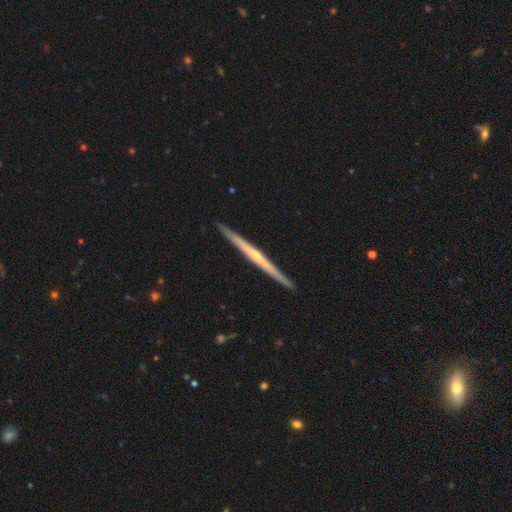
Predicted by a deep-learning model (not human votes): Smooth or featured?
  - featured or disk: 75% *
  - smooth: 20%
  - star or artifact: 5%
Edge-on disk?
  - yes: 98% *
  - no: 2%
Edge-on bulge?
  - rounded: 49% *
  - none: 47%
  - boxy: 4%
Merging?
  - none: 92% *
  - minor disturbance: 6%
  - major disturbance: 1%
  - merger: 1%